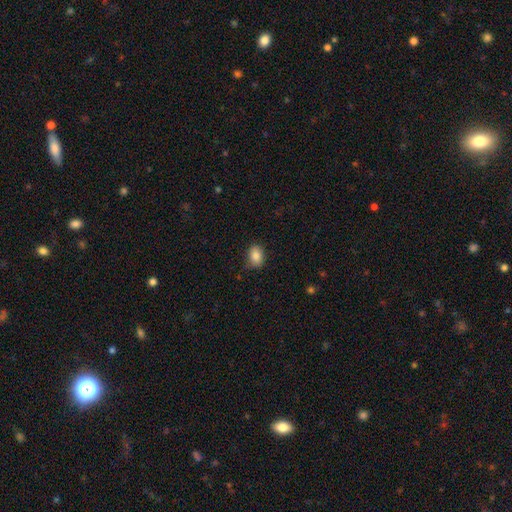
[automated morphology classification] Smooth or featured? smooth (85%)
How rounded? in between (71%)
Merging? none (78%)